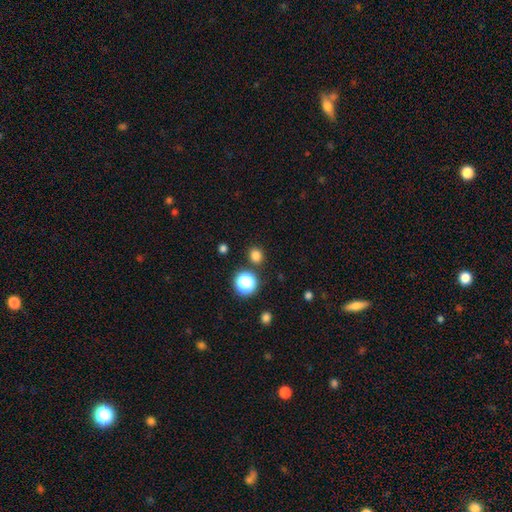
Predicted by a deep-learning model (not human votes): A smooth galaxy with no disk features (79%) that is round (84%).

Vote fractions:
- Smooth or featured? smooth: 79% / star or artifact: 18% / featured or disk: 4%
- How rounded? round: 84% / in between: 15% / cigar-shaped: 1%
- Merging? none: 88% / minor disturbance: 7% / merger: 3% / major disturbance: 2%